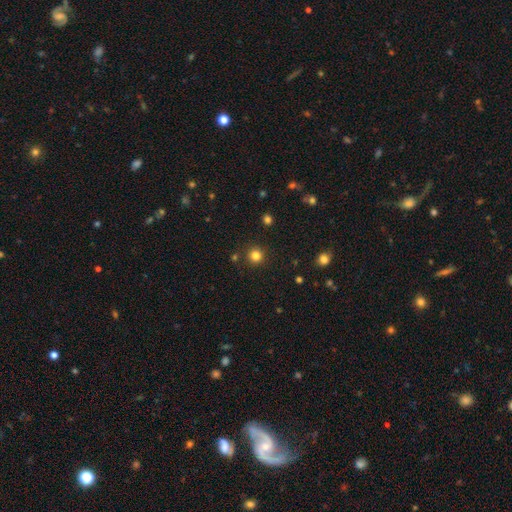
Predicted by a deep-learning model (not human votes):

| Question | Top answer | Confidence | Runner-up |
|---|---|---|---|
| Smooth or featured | smooth | 81% | star or artifact (14%) |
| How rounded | round | 94% | in between (5%) |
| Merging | none | 89% | minor disturbance (6%) |